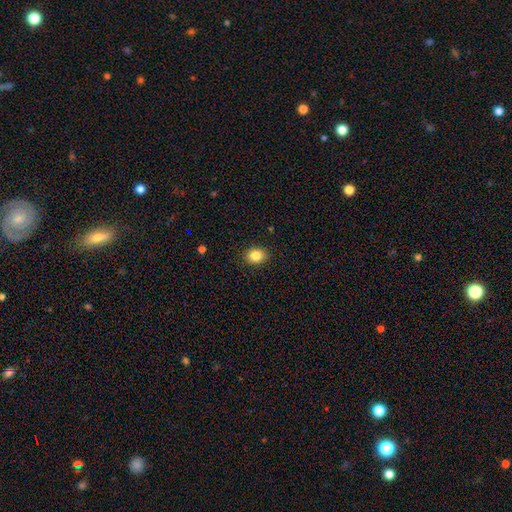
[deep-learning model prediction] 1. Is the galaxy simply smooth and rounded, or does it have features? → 85% smooth, 10% star or artifact, 5% featured or disk.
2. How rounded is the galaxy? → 50% in between, 49% round, 1% cigar-shaped.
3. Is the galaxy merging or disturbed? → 91% none, 7% minor disturbance, 2% major disturbance, 1% merger.